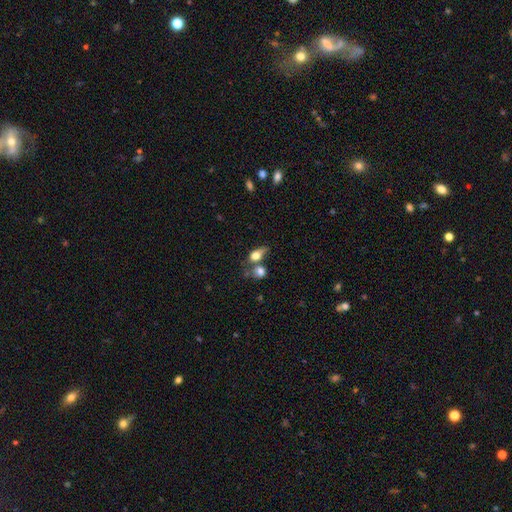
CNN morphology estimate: Smooth or featured?
  - smooth: 72% *
  - featured or disk: 18%
  - star or artifact: 10%
How rounded?
  - in between: 64% *
  - round: 29%
  - cigar-shaped: 7%
Merging?
  - merger: 43% *
  - none: 30%
  - minor disturbance: 15%
  - major disturbance: 12%